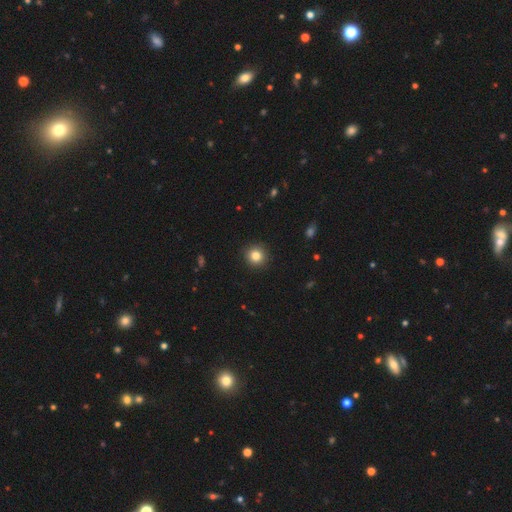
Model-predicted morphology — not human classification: Smooth or featured: smooth — 83% (star or artifact — 11%)
How rounded: round — 94% (in between — 5%)
Merging: none — 92% (minor disturbance — 5%)